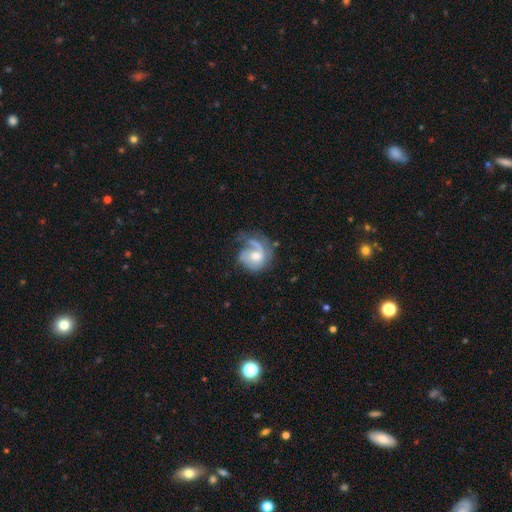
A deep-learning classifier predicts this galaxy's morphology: Smooth or featured?
  - featured or disk: 69% *
  - smooth: 24%
  - star or artifact: 7%
Edge-on disk?
  - no: 98% *
  - yes: 2%
Bar?
  - no: 62% *
  - weak: 32%
  - strong: 6%
Spiral arms?
  - yes: 84% *
  - no: 16%
Spiral winding?
  - medium: 38% *
  - tight: 32%
  - loose: 31%
Spiral arm count?
  - 1: 63% *
  - 2: 18%
  - can't tell: 12%
  - 3: 4%
  - 4: 1%
  - more than 4: 1%
Bulge size?
  - moderate: 59% *
  - small: 30%
  - large: 6%
  - none: 3%
  - dominant: 1%
Merging?
  - none: 39% *
  - major disturbance: 33%
  - minor disturbance: 23%
  - merger: 4%